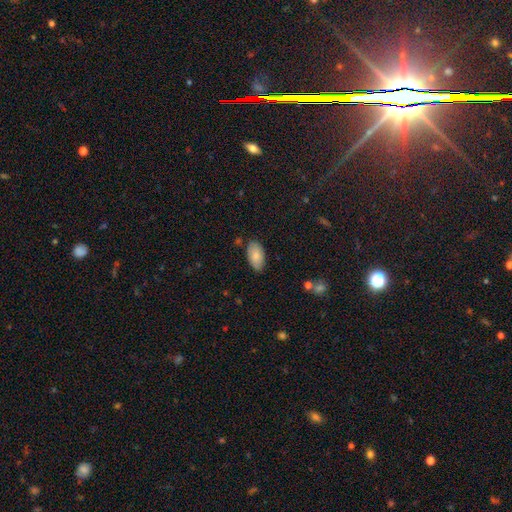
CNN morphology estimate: Q: Smooth or featured?
A: smooth (83%); runner-up: featured or disk (10%)
Q: How rounded?
A: in between (95%); runner-up: round (3%)
Q: Merging?
A: none (80%); runner-up: minor disturbance (15%)